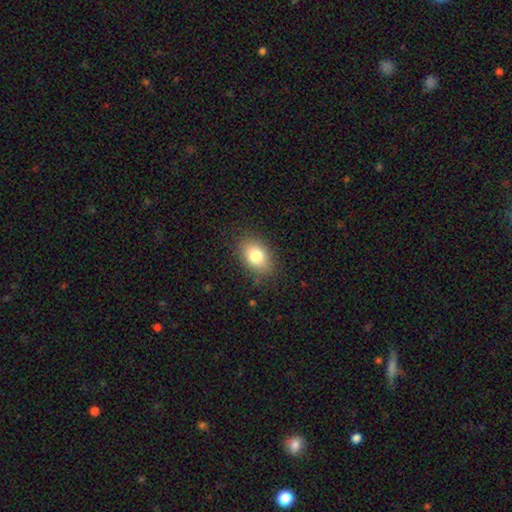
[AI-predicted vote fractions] Smooth or featured: smooth — 80% (featured or disk — 11%)
How rounded: in between — 81% (round — 18%)
Merging: none — 84% (minor disturbance — 12%)